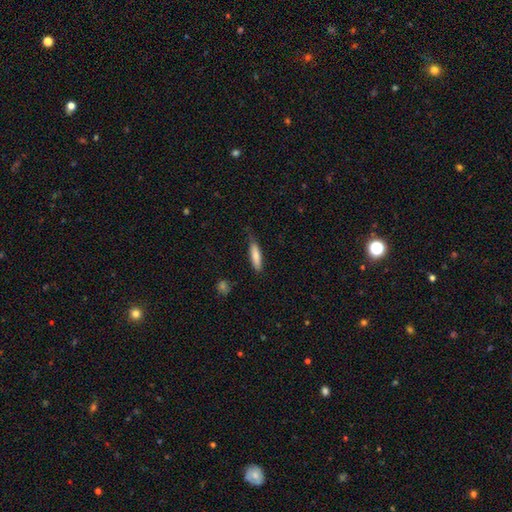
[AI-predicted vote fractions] Q: Smooth or featured?
A: smooth (79%); runner-up: featured or disk (15%)
Q: How rounded?
A: cigar-shaped (75%); runner-up: in between (24%)
Q: Merging?
A: none (68%); runner-up: minor disturbance (25%)